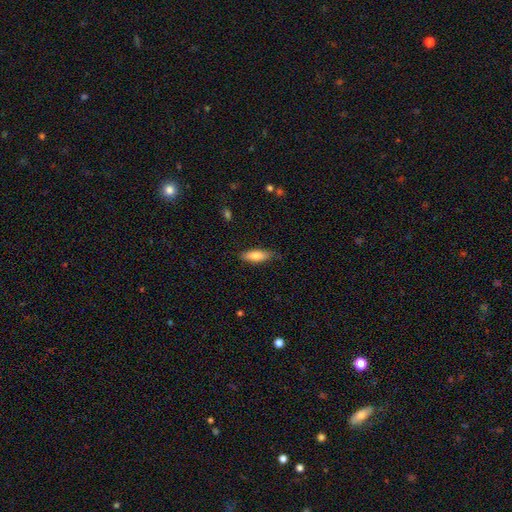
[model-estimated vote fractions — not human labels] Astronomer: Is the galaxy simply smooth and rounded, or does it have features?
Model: smooth — 78%.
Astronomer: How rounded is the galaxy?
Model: in between — 60% (runner-up: cigar-shaped, 39%).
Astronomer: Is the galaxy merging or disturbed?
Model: none — 77%.